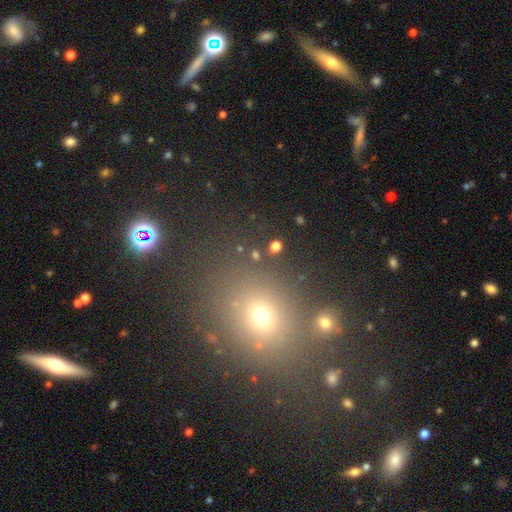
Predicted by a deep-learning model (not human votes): Morphology: type=smooth (58%); roundness=round (66%); merging=none (74%).